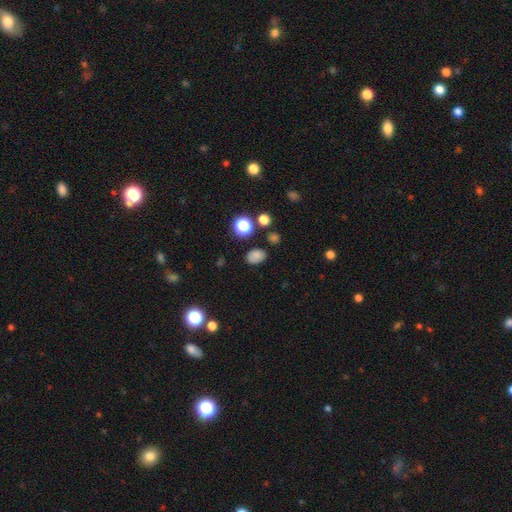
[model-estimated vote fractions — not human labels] smooth 78%, star or artifact 17%, featured or disk 6%. Down the decision tree: how rounded — in between (75%); merging — none (80%).